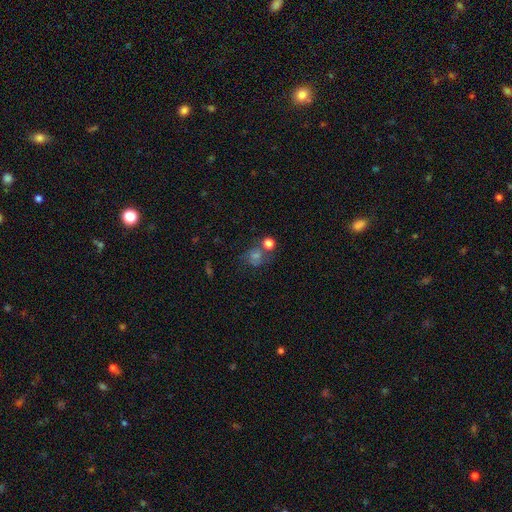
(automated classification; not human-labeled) This is marginally a smooth galaxy (43%). Merging: possibly none (57%).